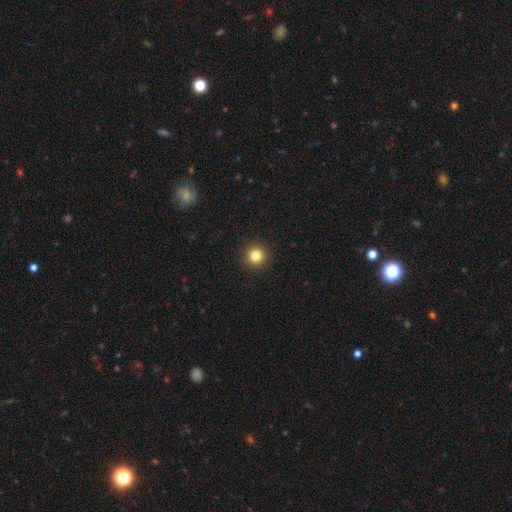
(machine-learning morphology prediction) Q: Smooth or featured?
A: smooth (82%); runner-up: star or artifact (12%)
Q: How rounded?
A: round (95%); runner-up: in between (4%)
Q: Merging?
A: none (93%); runner-up: minor disturbance (4%)